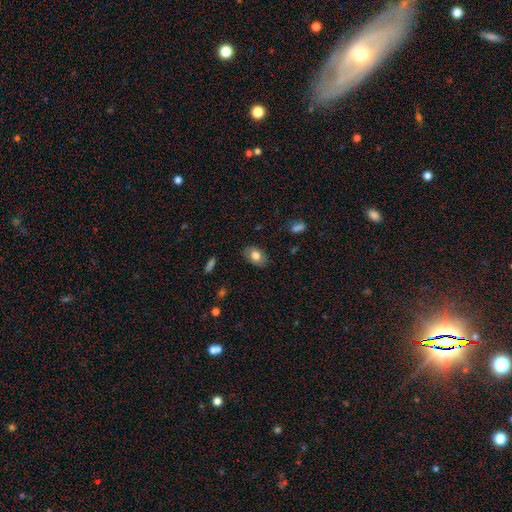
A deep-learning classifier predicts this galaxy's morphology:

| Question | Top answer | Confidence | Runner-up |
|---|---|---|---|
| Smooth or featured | smooth | 78% | featured or disk (15%) |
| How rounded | in between | 82% | round (17%) |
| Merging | none | 83% | minor disturbance (13%) |